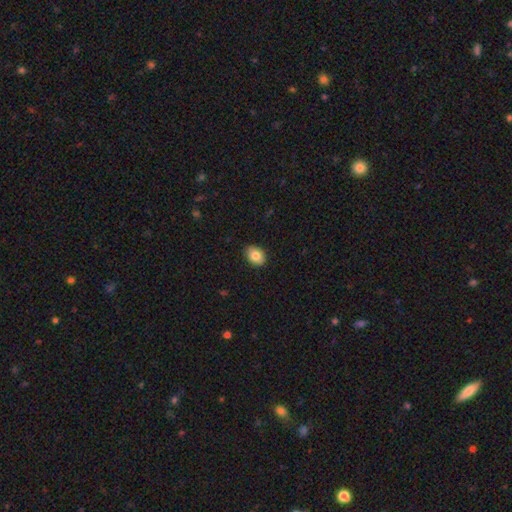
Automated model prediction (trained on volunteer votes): A smooth galaxy with no disk features (85%) that is in between round and cigar-shaped (78%).

Vote fractions:
- Smooth or featured? smooth: 85% / featured or disk: 8% / star or artifact: 8%
- How rounded? in between: 78% / round: 21% / cigar-shaped: 1%
- Merging? none: 88% / minor disturbance: 9% / major disturbance: 2% / merger: 1%